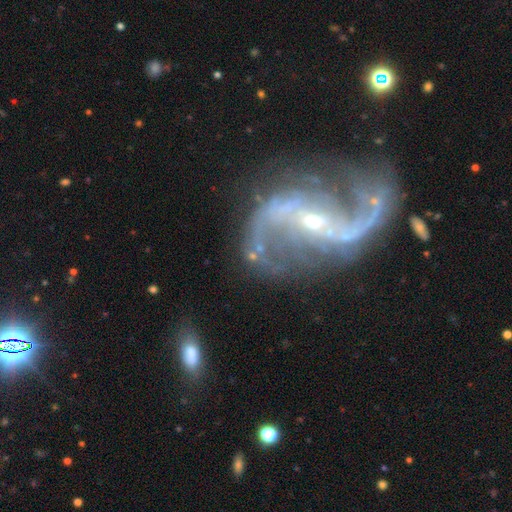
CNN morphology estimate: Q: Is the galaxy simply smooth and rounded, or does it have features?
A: featured or disk — 76%.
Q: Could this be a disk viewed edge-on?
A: no — 96%.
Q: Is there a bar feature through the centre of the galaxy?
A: no — 45%.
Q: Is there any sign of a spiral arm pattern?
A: yes — 77%.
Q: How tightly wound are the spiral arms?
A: loose — 42%.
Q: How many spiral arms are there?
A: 2 — 54%.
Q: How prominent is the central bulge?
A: small — 63%.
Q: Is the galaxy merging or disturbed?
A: none — 46%.